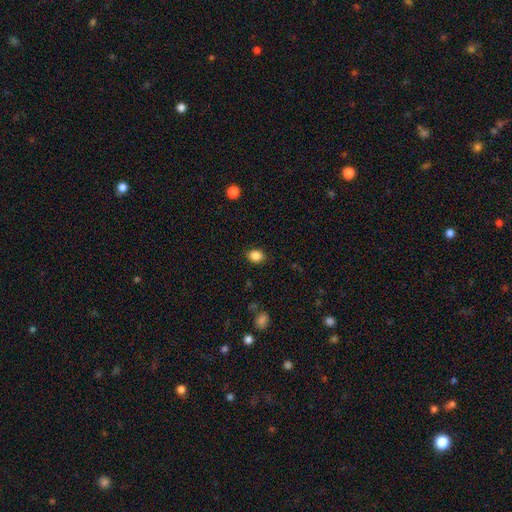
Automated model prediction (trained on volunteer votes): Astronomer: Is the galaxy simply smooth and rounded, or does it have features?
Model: smooth — 87%.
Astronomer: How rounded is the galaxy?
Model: in between — 57% (runner-up: round, 42%).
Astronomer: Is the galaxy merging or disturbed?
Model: none — 87%.